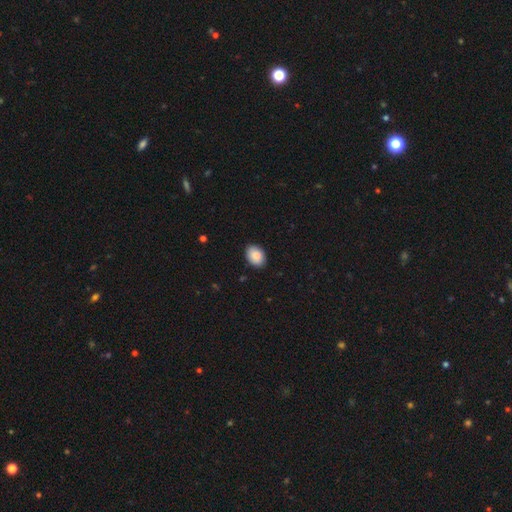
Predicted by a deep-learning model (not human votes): smooth 87%, star or artifact 7%, featured or disk 6%. Down the decision tree: how rounded — in between (76%); merging — none (89%).